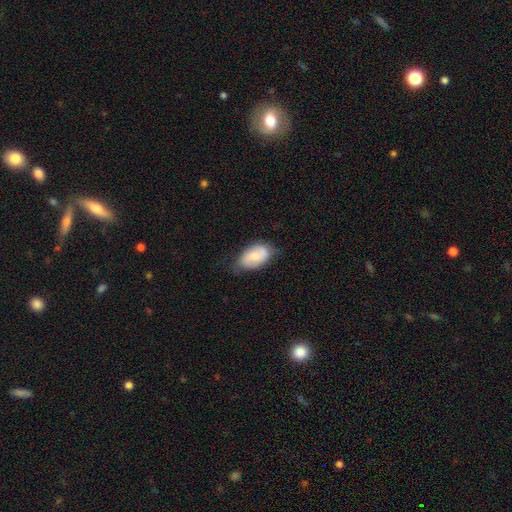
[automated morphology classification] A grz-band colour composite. It shows a smooth galaxy with no disk features (57%) that is in between round and cigar-shaped (92%). Merging: none (61%).